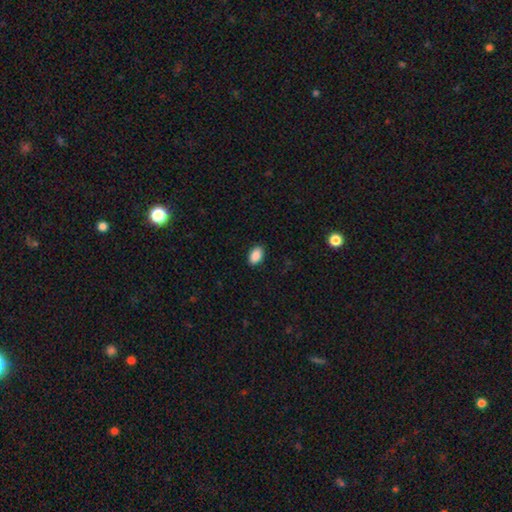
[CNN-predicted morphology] Smooth or featured: smooth — 90% (star or artifact — 7%)
How rounded: in between — 90% (round — 8%)
Merging: none — 88% (minor disturbance — 9%)